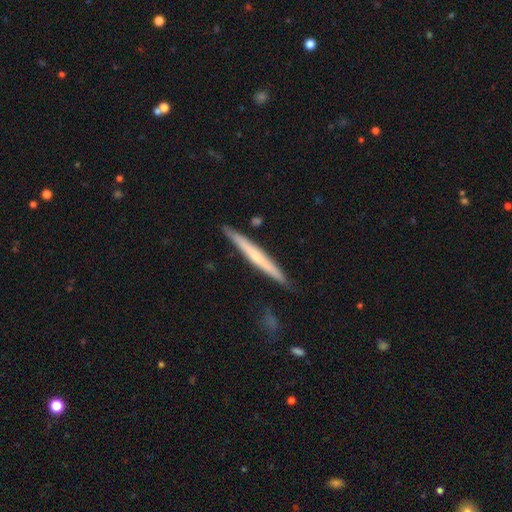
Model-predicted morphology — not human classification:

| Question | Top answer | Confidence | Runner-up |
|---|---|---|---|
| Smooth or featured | smooth | 48% | featured or disk (47%) |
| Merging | none | 88% | minor disturbance (8%) |